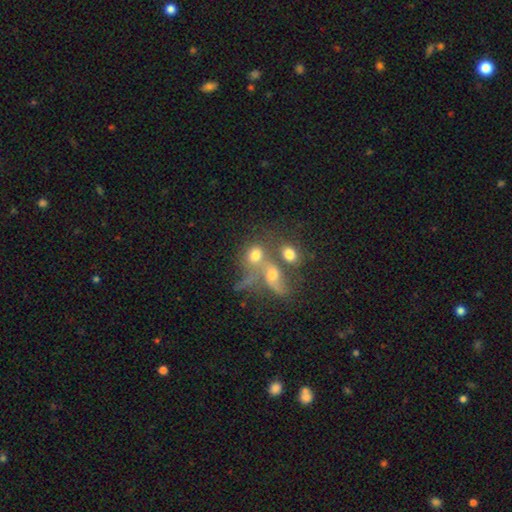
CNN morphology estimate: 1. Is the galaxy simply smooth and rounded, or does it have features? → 62% smooth, 22% featured or disk, 15% star or artifact.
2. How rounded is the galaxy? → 56% round, 41% in between, 3% cigar-shaped.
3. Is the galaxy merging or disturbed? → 53% merger, 25% none, 13% major disturbance, 10% minor disturbance.